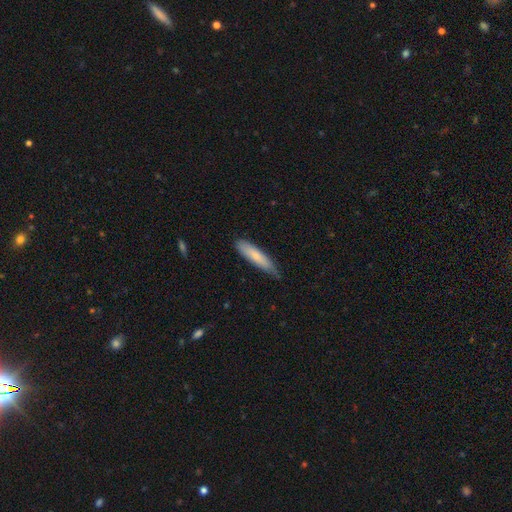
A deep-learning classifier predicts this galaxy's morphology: Q: Smooth or featured?
A: smooth (74%); runner-up: featured or disk (21%)
Q: How rounded?
A: cigar-shaped (81%); runner-up: in between (18%)
Q: Merging?
A: none (68%); runner-up: minor disturbance (27%)